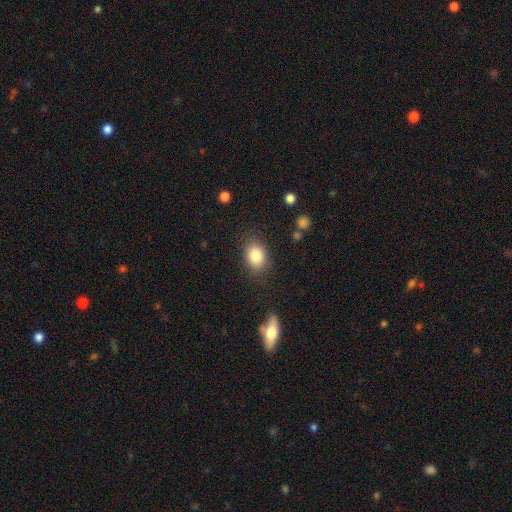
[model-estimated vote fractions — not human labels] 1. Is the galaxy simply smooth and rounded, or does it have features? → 84% smooth, 9% star or artifact, 8% featured or disk.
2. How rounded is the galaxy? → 71% in between, 28% round, 1% cigar-shaped.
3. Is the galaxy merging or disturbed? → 82% none, 12% minor disturbance, 4% major disturbance, 2% merger.